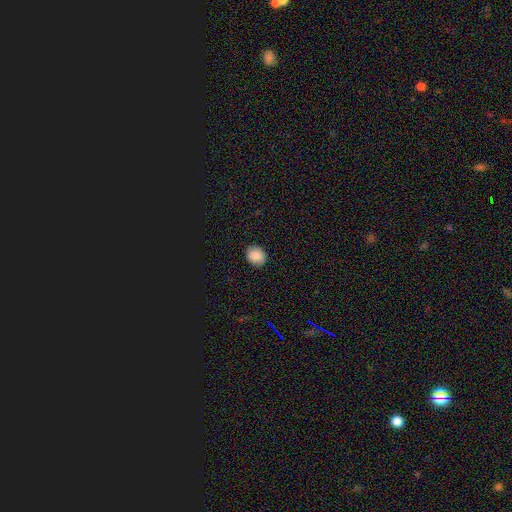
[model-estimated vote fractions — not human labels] Morphology: type=smooth (88%); roundness=round (68%); merging=none (90%).